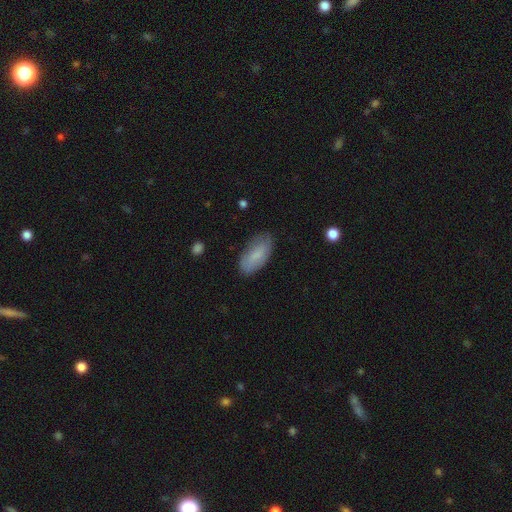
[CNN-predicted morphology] The model was most divided on "merging": none: 78%, minor disturbance: 17%, major disturbance: 4%, merger: 1%. More confident: how rounded — in between (89%); smooth or featured — smooth (79%).